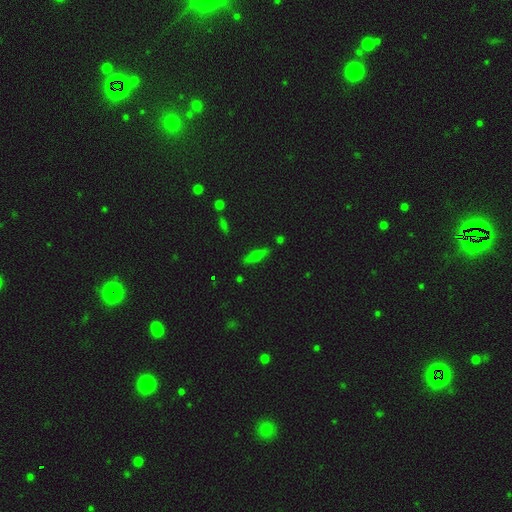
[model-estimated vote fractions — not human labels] This is possibly a smooth galaxy (45%). Merging: clearly none (85%).